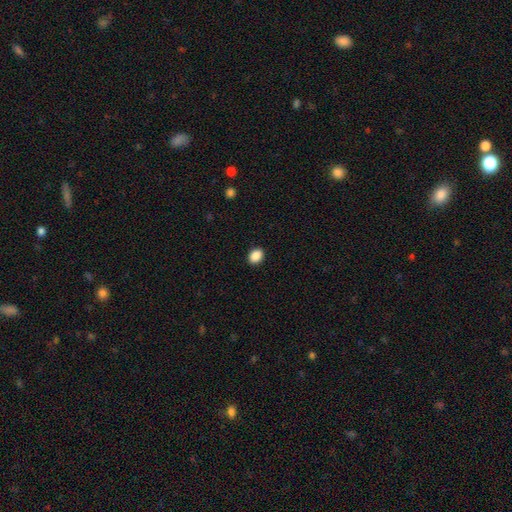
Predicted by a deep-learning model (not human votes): Smooth or featured? smooth (89%)
How rounded? in between (58%)
Merging? none (91%)